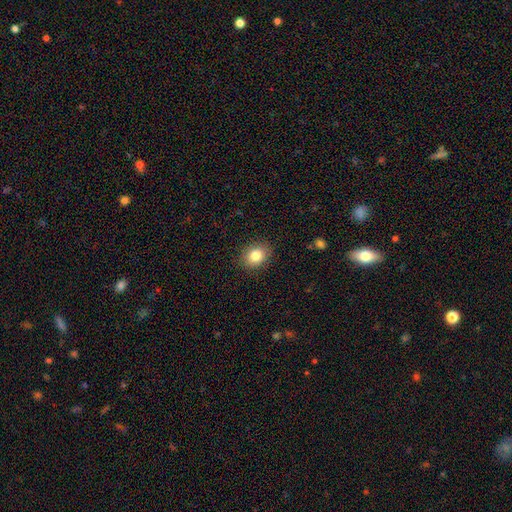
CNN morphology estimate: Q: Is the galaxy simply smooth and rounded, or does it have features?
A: smooth — 83%.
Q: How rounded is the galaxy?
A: in between — 63%.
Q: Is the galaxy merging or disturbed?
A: none — 88%.